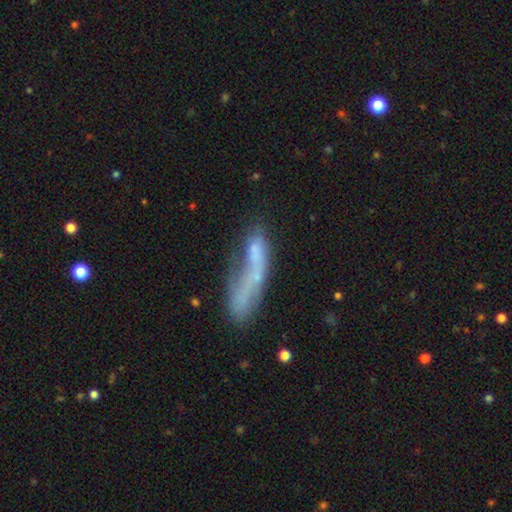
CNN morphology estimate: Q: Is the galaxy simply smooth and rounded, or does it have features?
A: smooth — 52%.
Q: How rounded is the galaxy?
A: cigar-shaped — 57%.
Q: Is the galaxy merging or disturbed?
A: major disturbance — 30%.